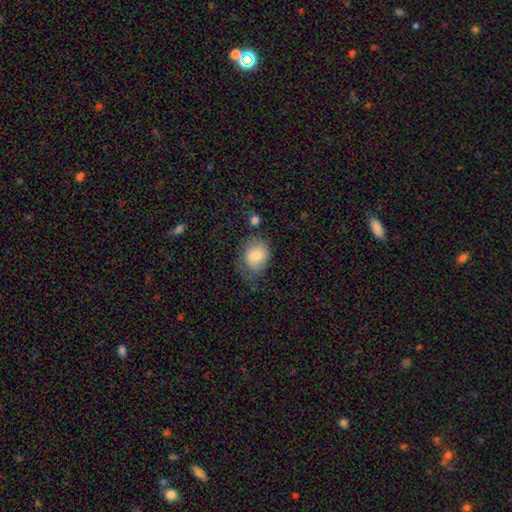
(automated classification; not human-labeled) smooth 76%, featured or disk 17%, star or artifact 8%. Down the decision tree: how rounded — in between (56%); merging — none (43%).